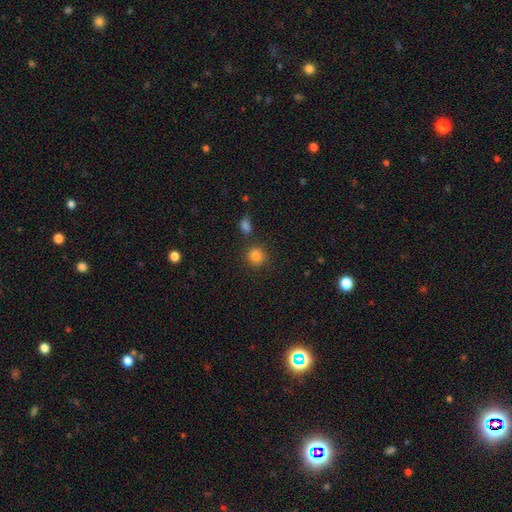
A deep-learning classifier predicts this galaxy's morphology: A smooth galaxy with no disk features (83%) that is round (87%). Merging: none (78%).